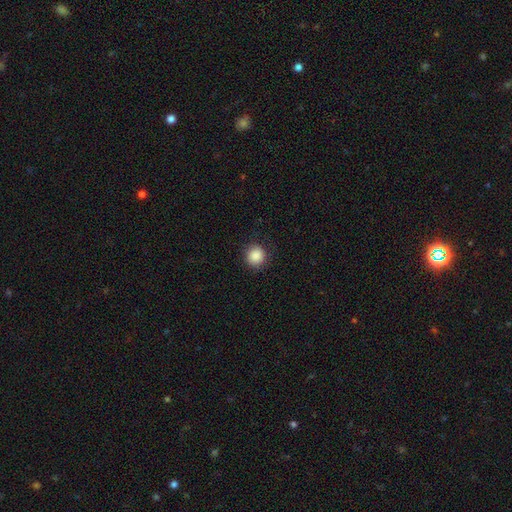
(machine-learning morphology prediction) Q: Smooth or featured?
A: smooth (88%); runner-up: star or artifact (9%)
Q: How rounded?
A: round (91%); runner-up: in between (8%)
Q: Merging?
A: none (88%); runner-up: minor disturbance (8%)